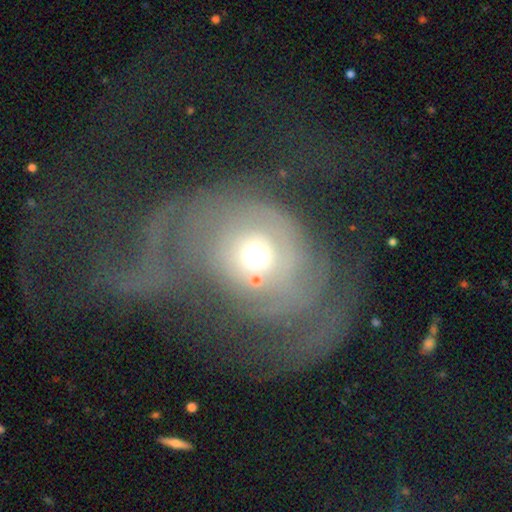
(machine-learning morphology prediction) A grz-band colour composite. It shows a featured or disk galaxy (49%). Merging: major disturbance (39%).